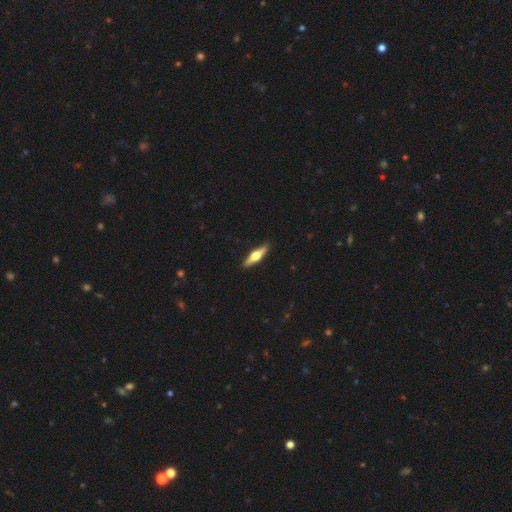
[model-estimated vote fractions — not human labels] featured or disk 61%, smooth 34%, star or artifact 5%. Down the decision tree: edge-on disk — yes (96%); edge-on bulge — rounded (95%); merging — none (91%).